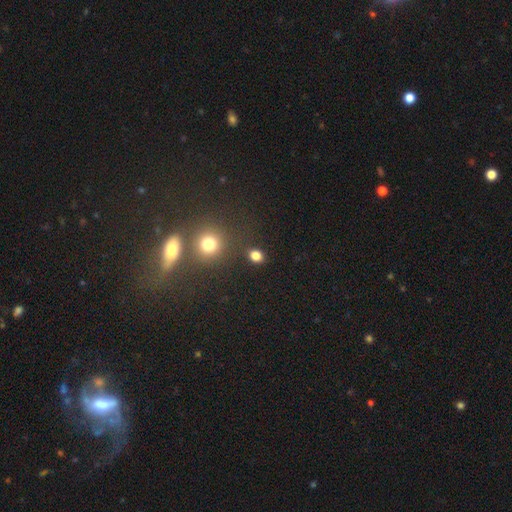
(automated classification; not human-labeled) smooth-or-featured: smooth: 80% | star or artifact: 16% | featured or disk: 4%
  how-rounded: round: 64% | in between: 35% | cigar-shaped: 1%
  merging: none: 83% | minor disturbance: 8% | merger: 5% | major disturbance: 3%